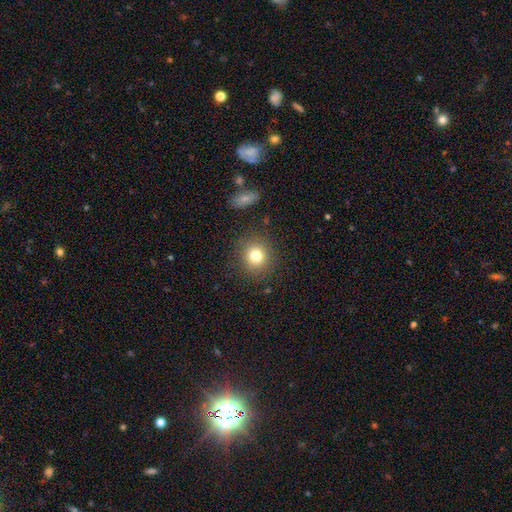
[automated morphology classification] Smooth or featured?
  - smooth: 79% *
  - star or artifact: 12%
  - featured or disk: 9%
How rounded?
  - round: 88% *
  - in between: 11%
  - cigar-shaped: 1%
Merging?
  - none: 86% *
  - minor disturbance: 9%
  - major disturbance: 3%
  - merger: 2%